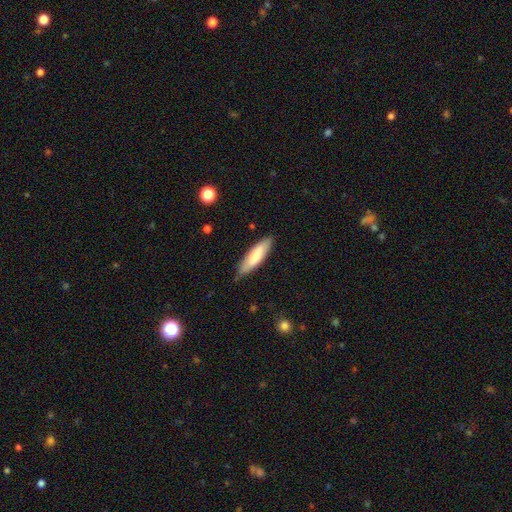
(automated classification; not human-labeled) This is likely a smooth galaxy (75%). How rounded: possibly cigar-shaped (59%). Merging: likely none (79%).